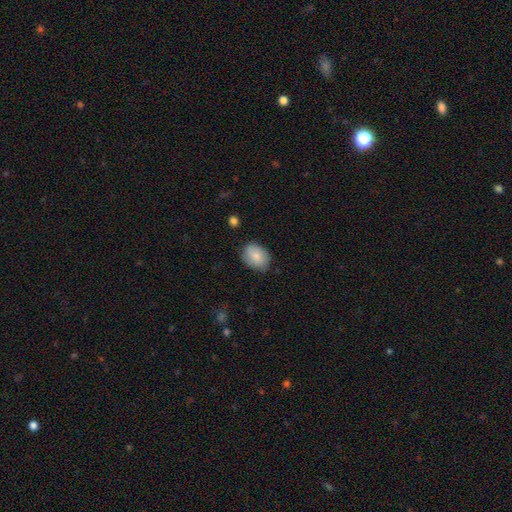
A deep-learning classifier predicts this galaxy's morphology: Smooth or featured? smooth (83%)
How rounded? in between (75%)
Merging? none (76%)